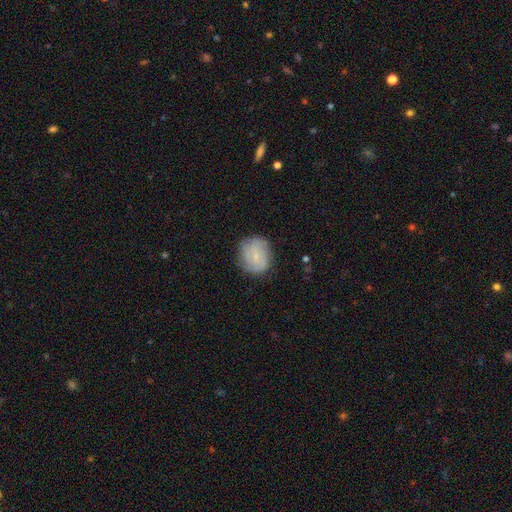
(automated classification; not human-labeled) This is possibly a featured or disk galaxy (55%). It is clearly not viewed edge-on (98%). Bar: likely no (62%). Spiral arm pattern: clearly yes (88%). Central bulge: likely small (75%). Merging: likely none (78%).